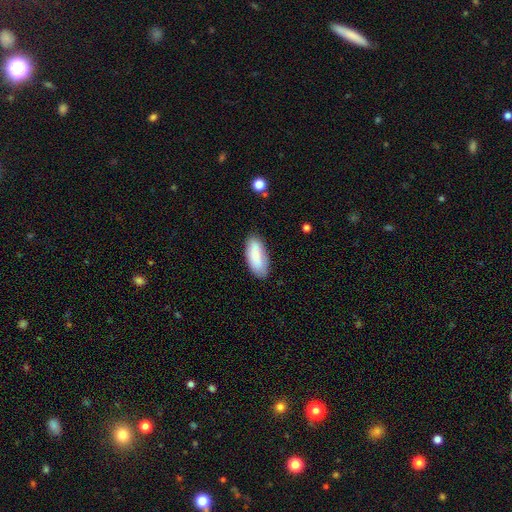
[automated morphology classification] Smooth or featured: smooth — 80% (featured or disk — 14%)
How rounded: in between — 85% (cigar-shaped — 13%)
Merging: none — 80% (minor disturbance — 15%)